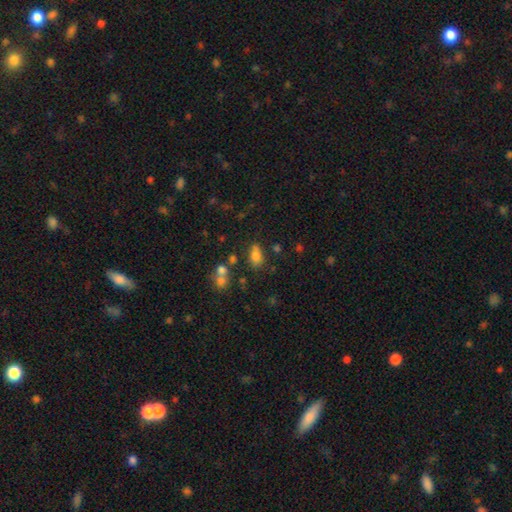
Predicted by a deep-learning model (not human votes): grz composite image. It shows a smooth galaxy with no disk features (77%) that is in between round and cigar-shaped (83%). Merging: none (63%).